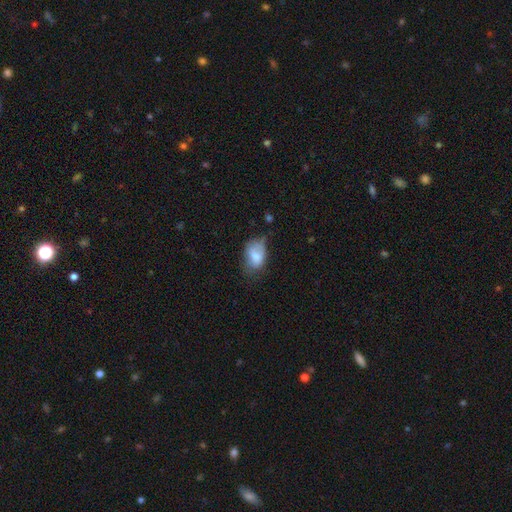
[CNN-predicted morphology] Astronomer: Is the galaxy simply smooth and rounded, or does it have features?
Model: smooth — 74%.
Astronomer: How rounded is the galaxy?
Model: in between — 86%.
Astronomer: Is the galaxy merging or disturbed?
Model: minor disturbance — 40% (runner-up: none, 36%).